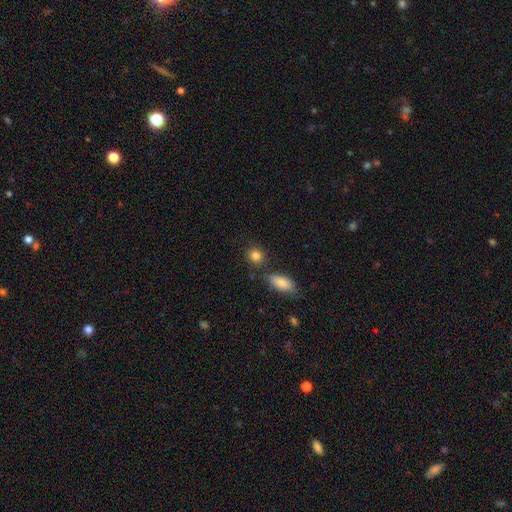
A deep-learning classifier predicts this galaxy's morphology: smooth-or-featured: smooth: 84% | star or artifact: 9% | featured or disk: 6%
  how-rounded: round: 76% | in between: 22% | cigar-shaped: 2%
  merging: none: 74% | minor disturbance: 12% | merger: 11% | major disturbance: 4%